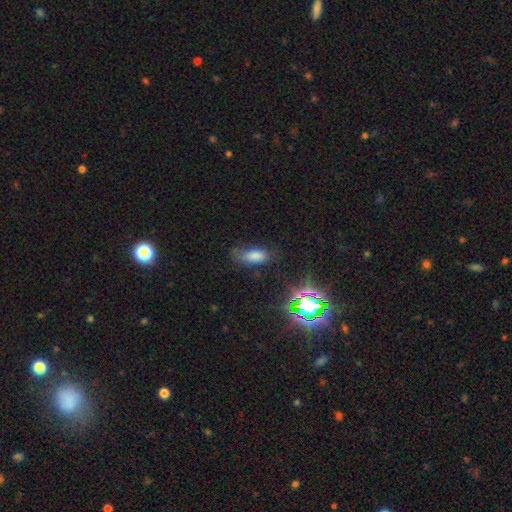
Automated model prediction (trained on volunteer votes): Overall: smooth (73%). How rounded: in between (79%). Merging: none (62%; minor disturbance 26%).